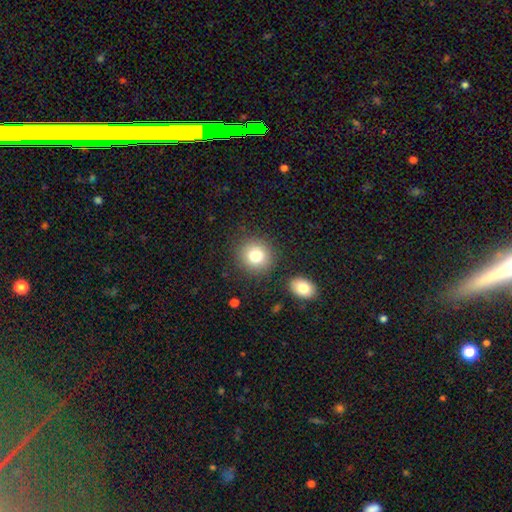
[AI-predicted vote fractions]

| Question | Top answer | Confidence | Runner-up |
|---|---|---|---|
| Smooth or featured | smooth | 78% | star or artifact (12%) |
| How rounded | round | 89% | in between (10%) |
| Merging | none | 85% | minor disturbance (8%) |